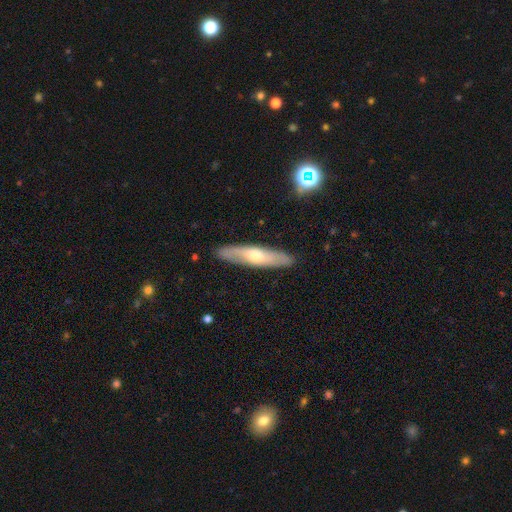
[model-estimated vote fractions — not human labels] smooth_or_featured: smooth (p=0.51) [alt: featured or disk p=0.44]
how_rounded: cigar-shaped (p=0.76) [alt: in between p=0.22]
merging: none (p=0.88) [alt: minor disturbance p=0.09]